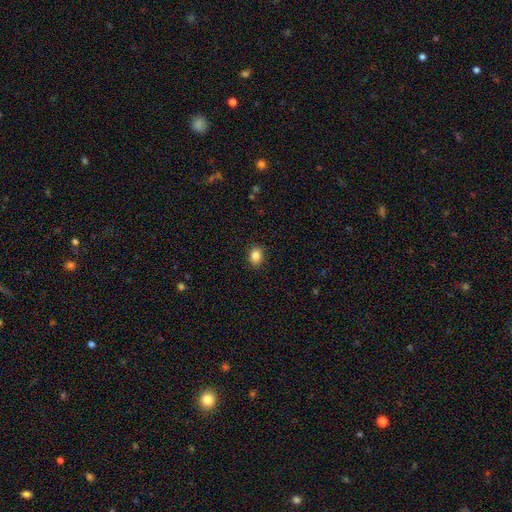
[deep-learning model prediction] Smooth or featured: smooth — 85% (star or artifact — 9%)
How rounded: in between — 56% (round — 43%)
Merging: none — 89% (minor disturbance — 8%)